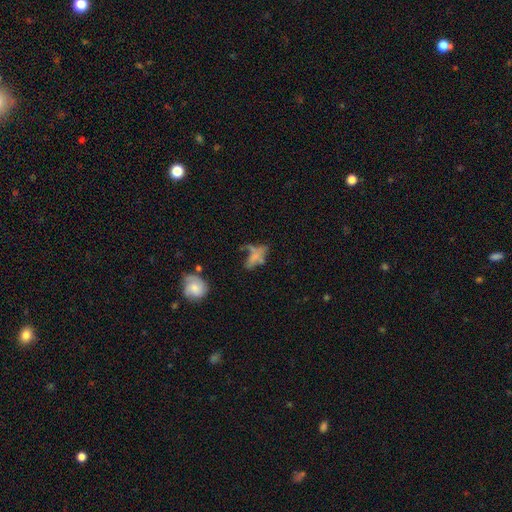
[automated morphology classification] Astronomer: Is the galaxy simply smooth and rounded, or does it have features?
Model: smooth — 53% (runner-up: featured or disk, 32%).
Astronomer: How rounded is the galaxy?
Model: in between — 64%.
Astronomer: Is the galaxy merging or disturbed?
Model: none — 32% (runner-up: merger, 25%).